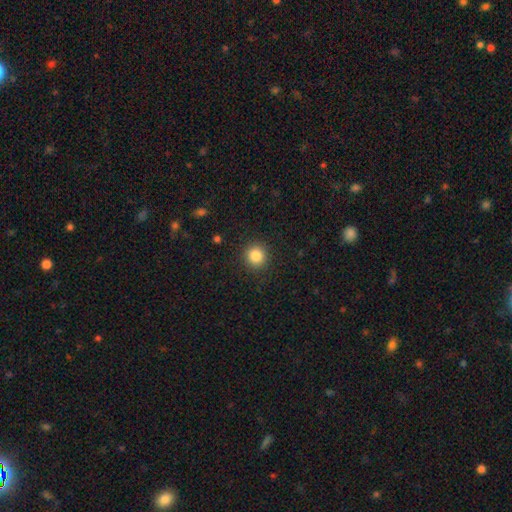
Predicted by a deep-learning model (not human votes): Smooth or featured: smooth — 85% (star or artifact — 11%)
How rounded: round — 92% (in between — 7%)
Merging: none — 91% (minor disturbance — 6%)